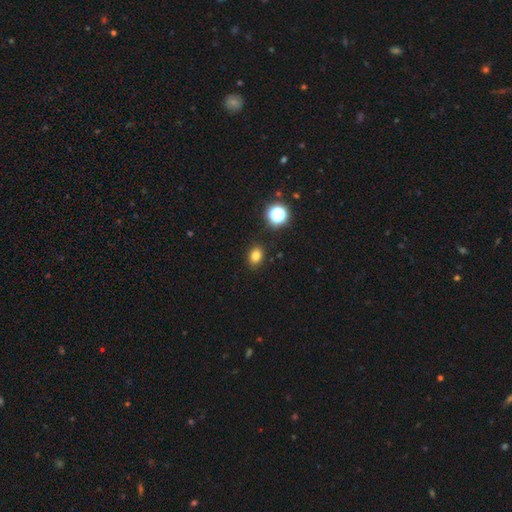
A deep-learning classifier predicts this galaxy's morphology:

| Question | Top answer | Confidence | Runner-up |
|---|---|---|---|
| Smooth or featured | smooth | 80% | star or artifact (14%) |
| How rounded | in between | 60% | round (39%) |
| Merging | none | 88% | minor disturbance (8%) |